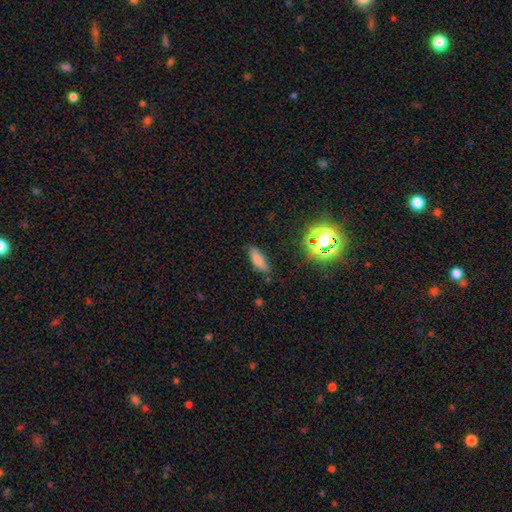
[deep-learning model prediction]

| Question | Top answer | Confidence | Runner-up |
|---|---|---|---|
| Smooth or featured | smooth | 66% | star or artifact (20%) |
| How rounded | in between | 55% | cigar-shaped (40%) |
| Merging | none | 82% | minor disturbance (13%) |